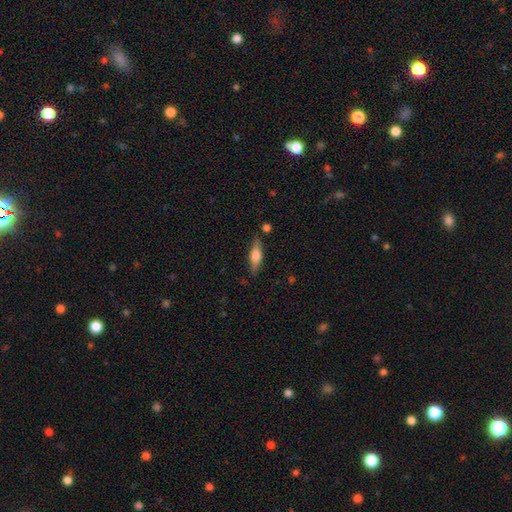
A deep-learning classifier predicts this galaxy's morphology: Smooth or featured? Predicted: smooth (p=0.54). How rounded? Predicted: cigar-shaped (p=0.59). Merging? Predicted: none (p=0.81).